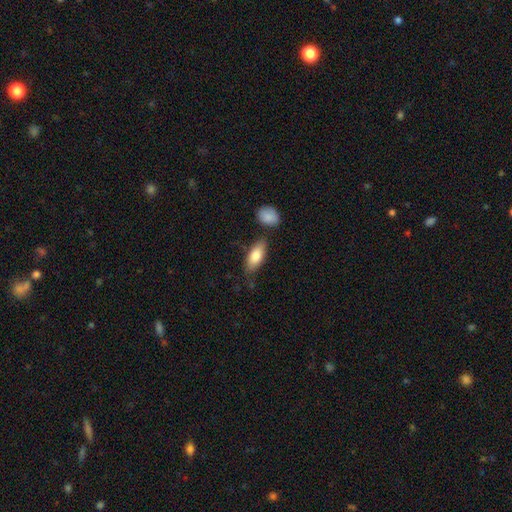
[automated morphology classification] smooth 80%, featured or disk 14%, star or artifact 6%. Down the decision tree: how rounded — in between (81%); merging — none (72%).